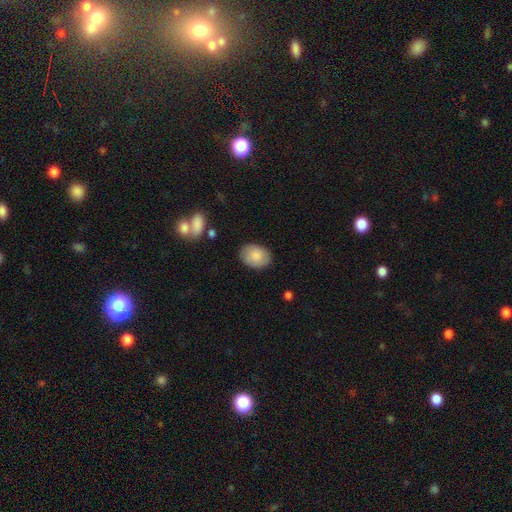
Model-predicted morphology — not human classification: The model was most divided on "how rounded": in between: 73%, round: 26%, cigar-shaped: 1%. More confident: smooth or featured — smooth (84%); merging — none (83%).